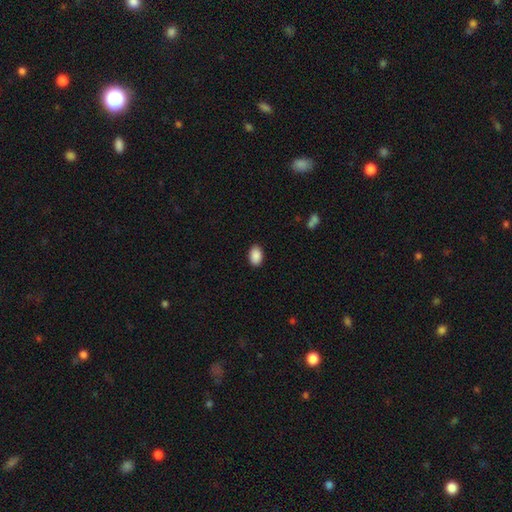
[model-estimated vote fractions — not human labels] Smooth or featured?
  - smooth: 90% *
  - star or artifact: 7%
  - featured or disk: 3%
How rounded?
  - in between: 89% *
  - round: 10%
  - cigar-shaped: 1%
Merging?
  - none: 89% *
  - minor disturbance: 8%
  - major disturbance: 2%
  - merger: 1%